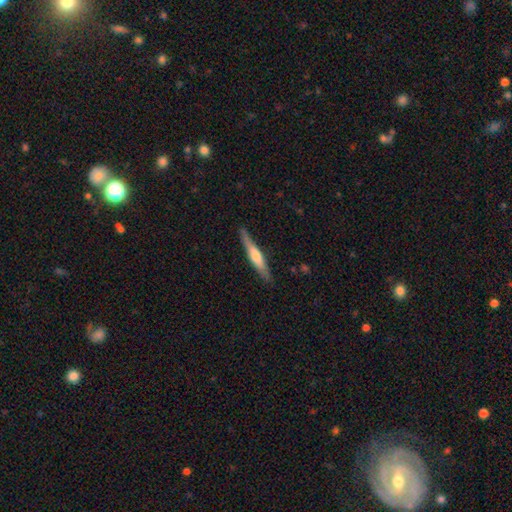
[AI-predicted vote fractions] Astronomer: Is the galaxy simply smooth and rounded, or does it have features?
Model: featured or disk — 50% (runner-up: smooth, 45%).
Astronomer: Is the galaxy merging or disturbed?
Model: none — 86%.